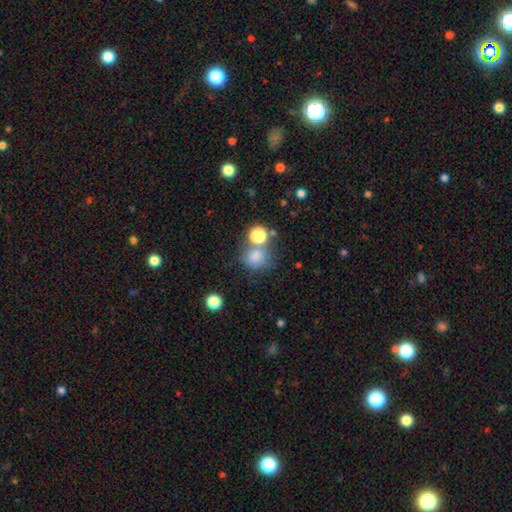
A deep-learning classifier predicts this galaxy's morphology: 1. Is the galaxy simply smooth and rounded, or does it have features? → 75% smooth, 17% star or artifact, 8% featured or disk.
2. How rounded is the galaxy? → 75% round, 24% in between, 1% cigar-shaped.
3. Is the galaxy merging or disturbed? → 57% none, 23% merger, 13% minor disturbance, 7% major disturbance.